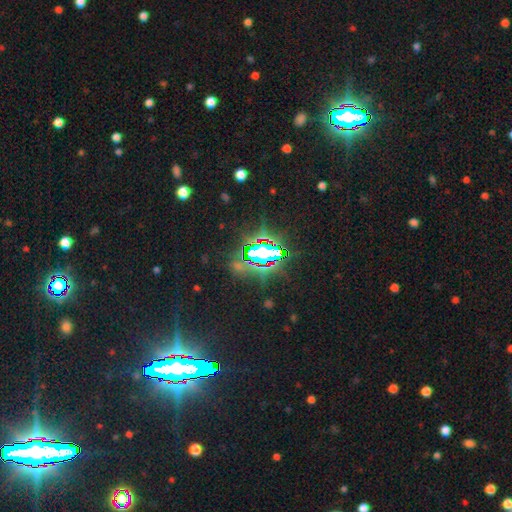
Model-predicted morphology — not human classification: smooth_or_featured: star or artifact (p=0.84) [alt: smooth p=0.08]